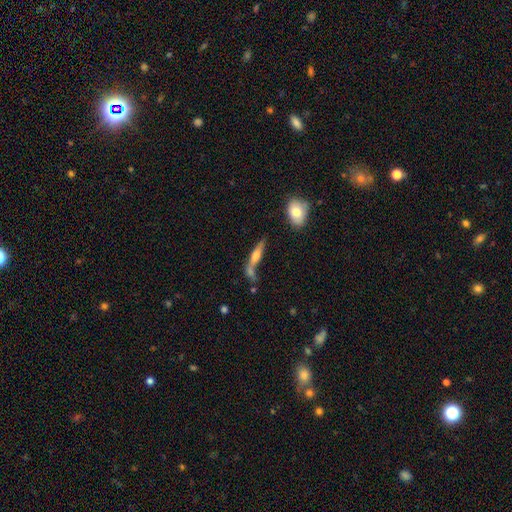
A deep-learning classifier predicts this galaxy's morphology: Q: Smooth or featured?
A: featured or disk (48%); runner-up: smooth (43%)
Q: Merging?
A: none (46%); runner-up: merger (27%)